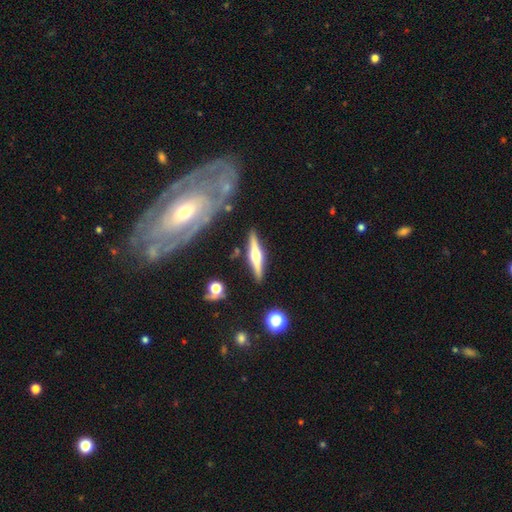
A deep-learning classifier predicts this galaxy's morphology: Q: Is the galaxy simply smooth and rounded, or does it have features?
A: featured or disk — 72%.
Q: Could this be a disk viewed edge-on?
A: yes — 97%.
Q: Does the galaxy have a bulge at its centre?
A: rounded — 92%.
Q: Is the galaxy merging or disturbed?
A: none — 87%.